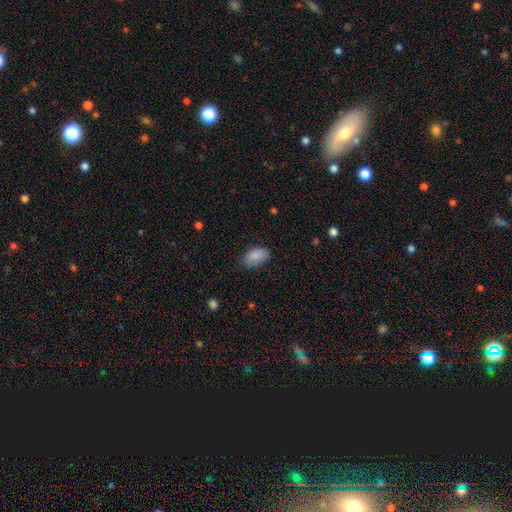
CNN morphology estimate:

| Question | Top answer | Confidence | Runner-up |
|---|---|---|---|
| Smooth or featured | smooth | 85% | featured or disk (8%) |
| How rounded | in between | 92% | round (6%) |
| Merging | none | 67% | minor disturbance (26%) |